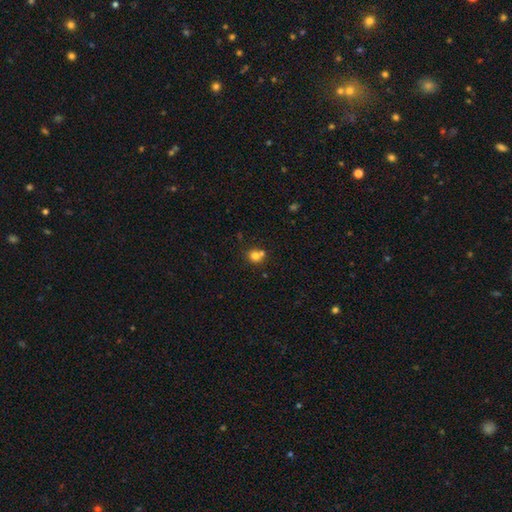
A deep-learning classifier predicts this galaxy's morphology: smooth_or_featured: smooth (p=0.76) [alt: star or artifact p=0.13]
how_rounded: round (p=0.83) [alt: in between p=0.16]
merging: none (p=0.51) [alt: merger p=0.38]